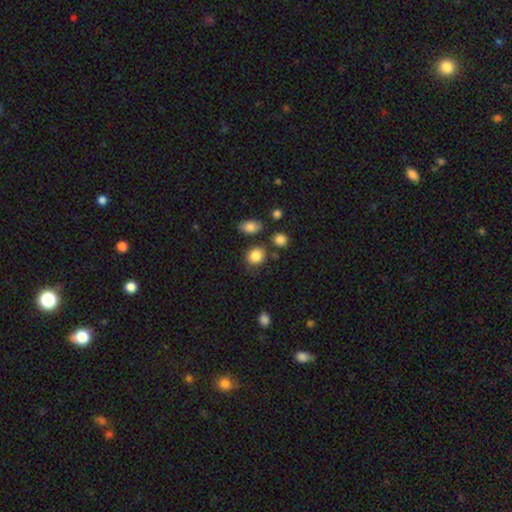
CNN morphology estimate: This appears to be a smooth galaxy with no disk features (85%) that is round (67%). Merging: none (71%).